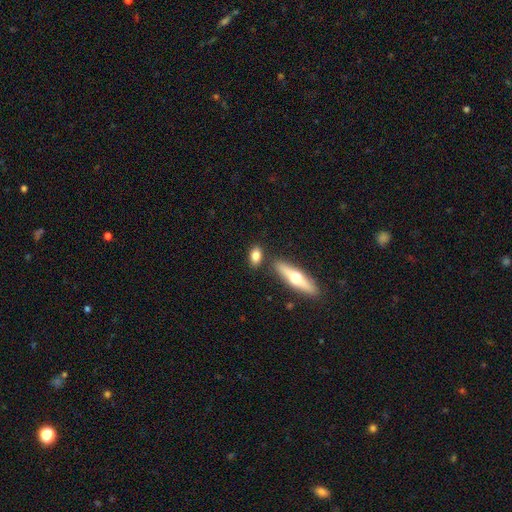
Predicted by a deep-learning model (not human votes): Smooth or featured? smooth (77%)
How rounded? in between (75%)
Merging? none (75%)